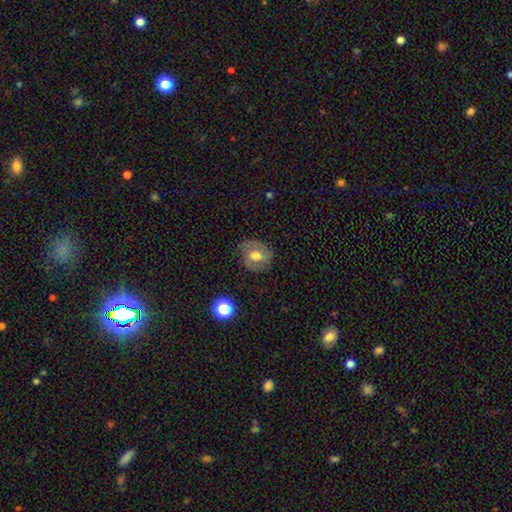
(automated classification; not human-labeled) Smooth or featured: smooth — 59% (featured or disk — 32%)
How rounded: round — 73% (in between — 26%)
Merging: none — 76% (minor disturbance — 17%)